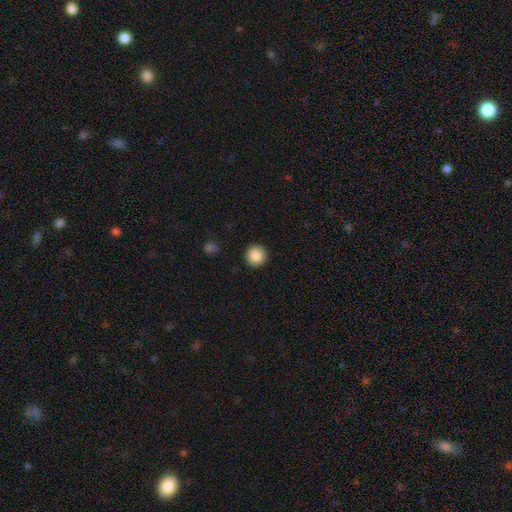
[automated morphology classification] type=smooth (87%); roundness=round (95%); merging=none (93%).